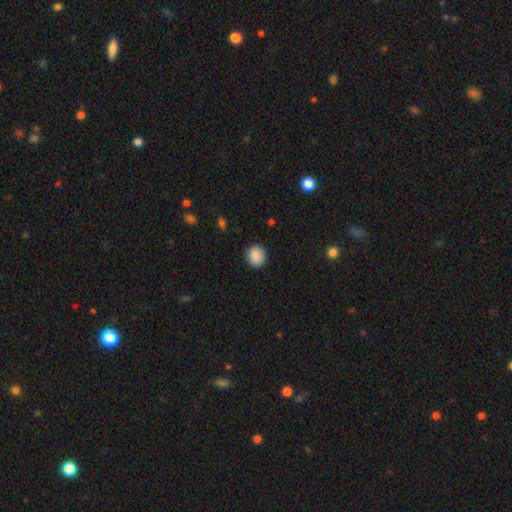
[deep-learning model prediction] Smooth or featured?
  - smooth: 88% *
  - star or artifact: 8%
  - featured or disk: 4%
How rounded?
  - round: 82% *
  - in between: 17%
  - cigar-shaped: 1%
Merging?
  - none: 89% *
  - minor disturbance: 8%
  - major disturbance: 2%
  - merger: 1%